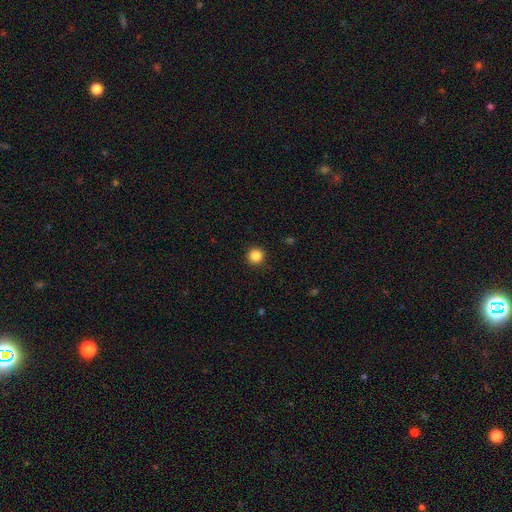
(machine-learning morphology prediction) The model was most divided on "smooth or featured": smooth: 86%, star or artifact: 11%, featured or disk: 3%. More confident: how rounded — round (96%); merging — none (93%).